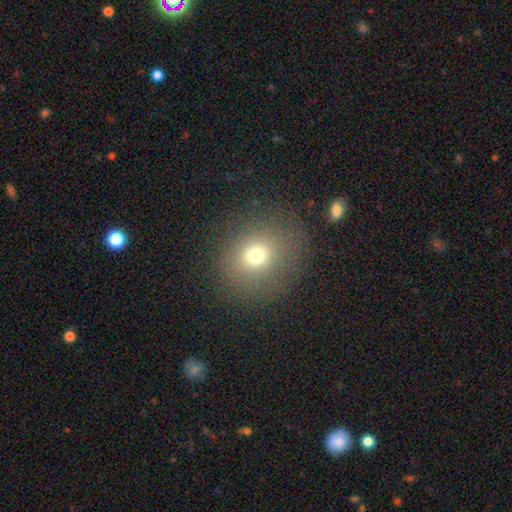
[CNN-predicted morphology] type=smooth (71%); roundness=round (78%); merging=none (83%).